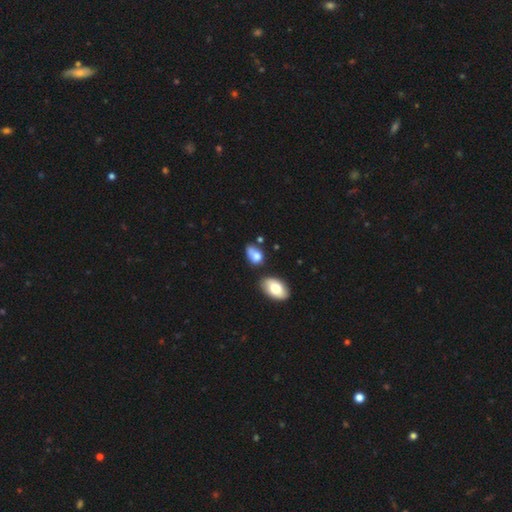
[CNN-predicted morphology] Q: Smooth or featured?
A: smooth (76%); runner-up: featured or disk (15%)
Q: How rounded?
A: in between (81%); runner-up: round (17%)
Q: Merging?
A: none (46%); runner-up: minor disturbance (25%)